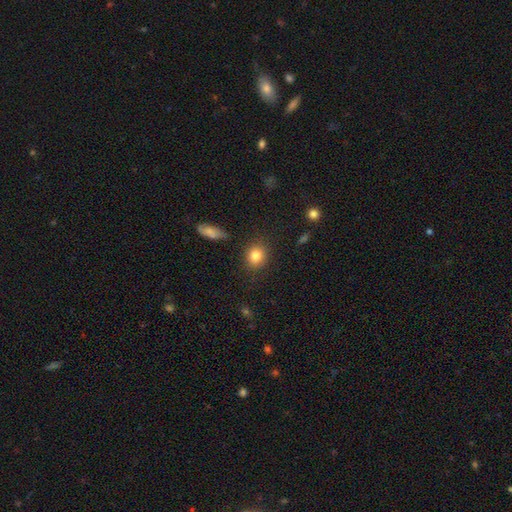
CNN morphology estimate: This is clearly a smooth galaxy (83%). How rounded: likely round (74%). Merging: clearly none (86%).